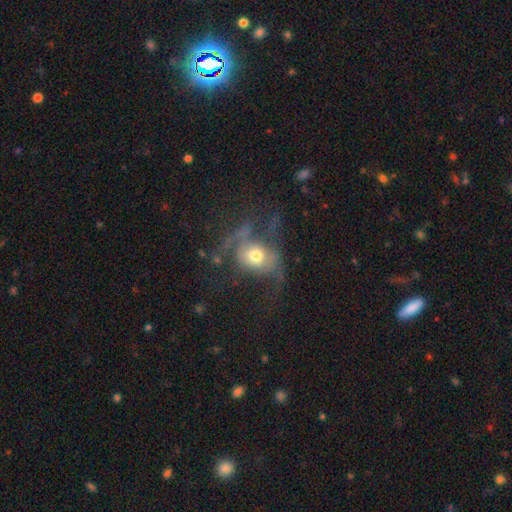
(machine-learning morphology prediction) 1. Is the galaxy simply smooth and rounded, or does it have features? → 53% featured or disk, 35% smooth, 11% star or artifact.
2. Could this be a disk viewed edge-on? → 94% no, 6% yes.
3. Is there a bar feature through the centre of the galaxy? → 80% no, 15% weak, 5% strong.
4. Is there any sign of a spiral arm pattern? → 58% yes, 42% no.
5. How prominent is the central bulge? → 63% moderate, 19% small, 14% large, 3% dominant, 2% none.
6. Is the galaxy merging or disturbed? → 49% major disturbance, 29% none, 17% minor disturbance, 4% merger.